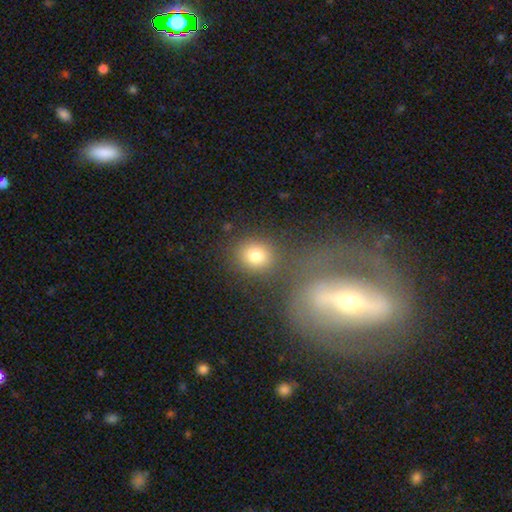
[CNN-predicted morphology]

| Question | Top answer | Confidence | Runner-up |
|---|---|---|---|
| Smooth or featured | smooth | 79% | star or artifact (12%) |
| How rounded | round | 72% | in between (27%) |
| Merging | none | 76% | merger (10%) |